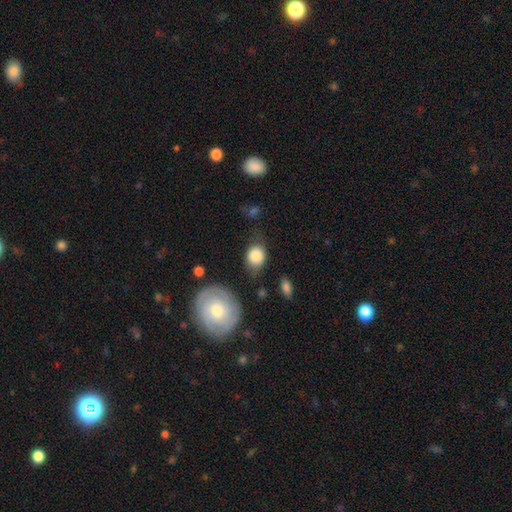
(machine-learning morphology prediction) smooth 83%, featured or disk 10%, star or artifact 7%. Down the decision tree: how rounded — in between (57%); merging — none (61%).